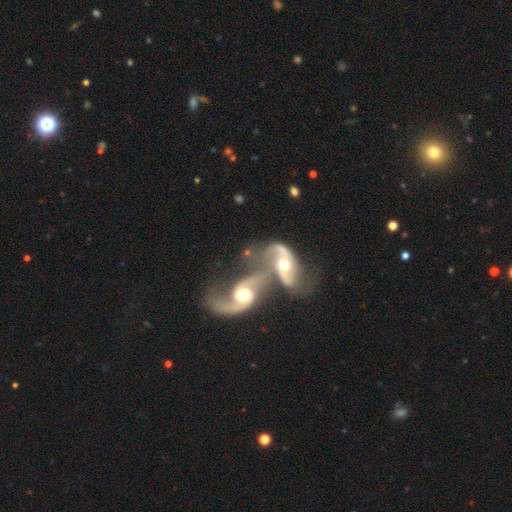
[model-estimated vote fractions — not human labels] smooth-or-featured: featured or disk: 84% | smooth: 10% | star or artifact: 6%
  disk-edge-on: no: 95% | yes: 5%
    bar: no: 51% | weak: 35% | strong: 14%
    has-spiral-arms: yes: 93% | no: 7%
      spiral-winding: loose: 58% | medium: 34% | tight: 9%
      spiral-arm-count: 2: 84% | 1: 8% | can't tell: 5% | 3: 1% | 4: 1% | more than 4: 1%
    bulge-size: moderate: 68% | small: 18% | large: 11% | none: 2% | dominant: 2%
  merging: merger: 80% | none: 9% | major disturbance: 7% | minor disturbance: 4%